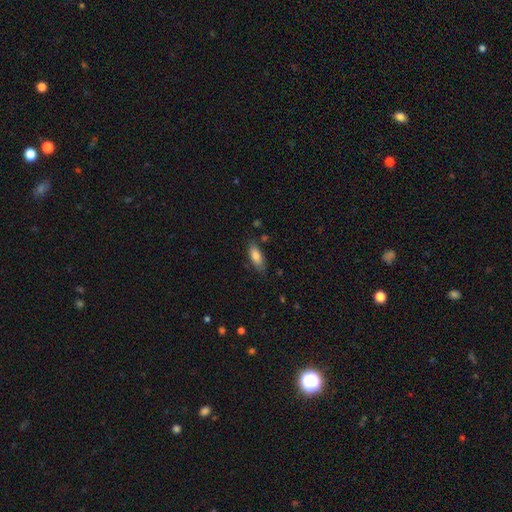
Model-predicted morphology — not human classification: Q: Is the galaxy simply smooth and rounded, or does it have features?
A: smooth — 80%.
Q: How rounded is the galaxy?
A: in between — 76%.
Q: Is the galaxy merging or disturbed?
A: none — 78%.